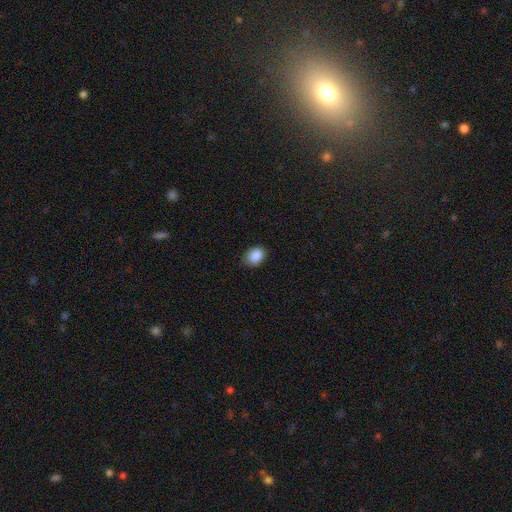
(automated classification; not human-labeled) smooth 88%, star or artifact 8%, featured or disk 3%. Down the decision tree: how rounded — in between (55%); merging — none (83%).